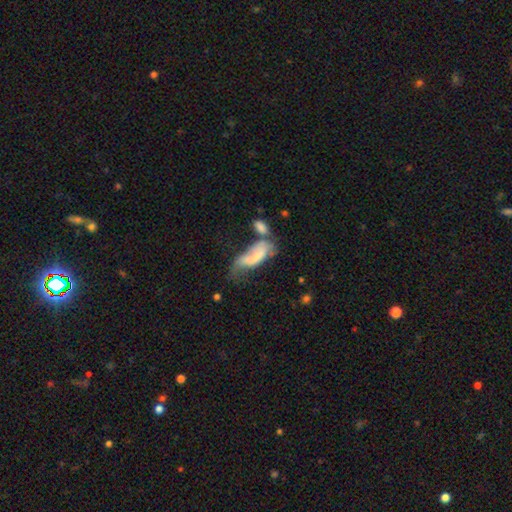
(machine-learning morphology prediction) smooth_or_featured: smooth (p=0.56) [alt: featured or disk p=0.36]
how_rounded: in between (p=0.78) [alt: cigar-shaped p=0.19]
merging: merger (p=0.38) [alt: major disturbance p=0.28]